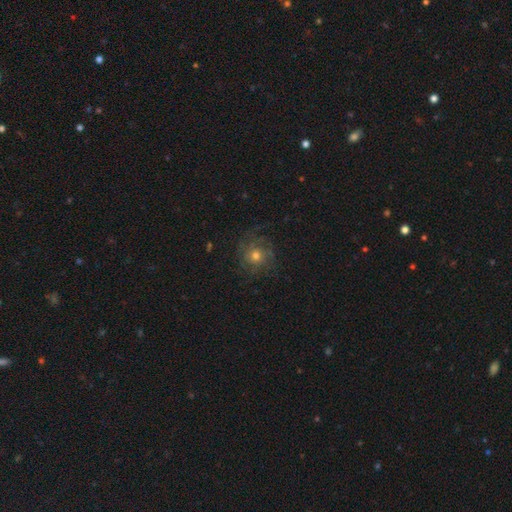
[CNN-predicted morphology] Smooth or featured: featured or disk — 50% (smooth — 34%)
Edge-on disk: no — 97% (yes — 3%)
Merging: none — 73% (minor disturbance — 15%)